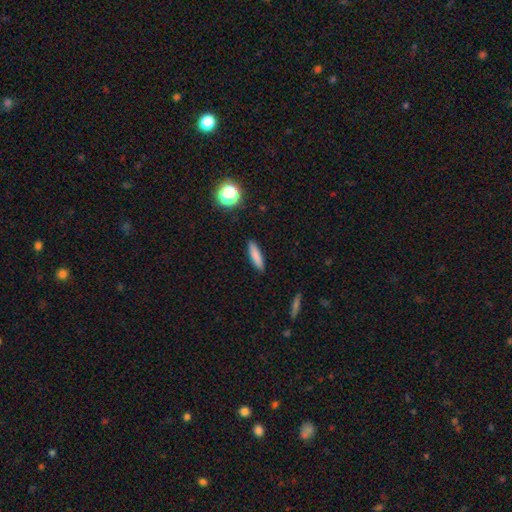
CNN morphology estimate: smooth 82%, featured or disk 9%, star or artifact 8%. Down the decision tree: how rounded — cigar-shaped (75%); merging — none (89%).